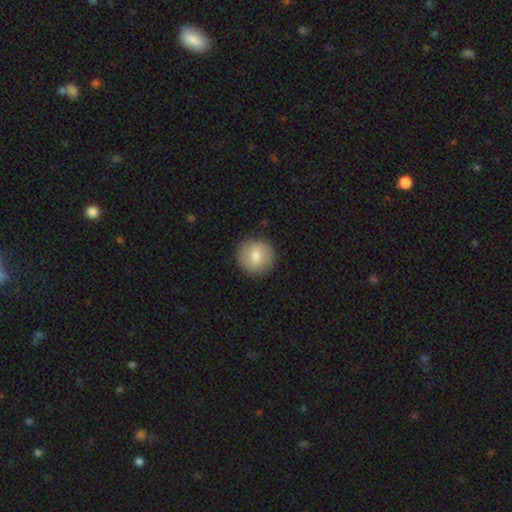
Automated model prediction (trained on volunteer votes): Smooth or featured: smooth — 75% (featured or disk — 18%)
How rounded: round — 93% (in between — 6%)
Merging: none — 89% (minor disturbance — 8%)